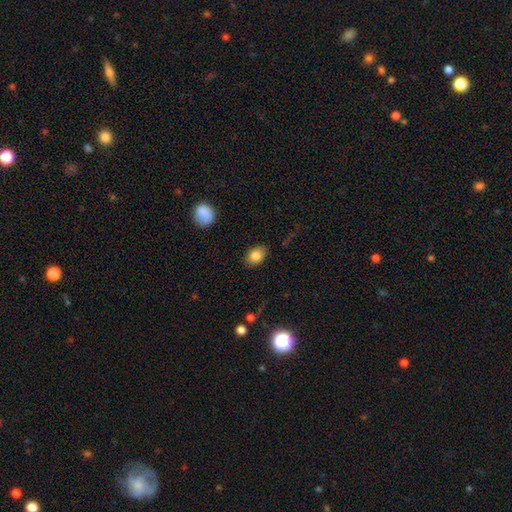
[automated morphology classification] This is clearly a smooth galaxy (82%). How rounded: clearly in between (81%). Merging: clearly none (85%).